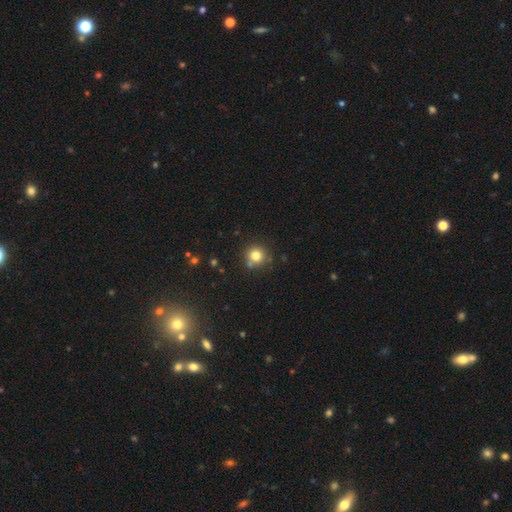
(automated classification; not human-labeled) Morphology: type=smooth (78%); roundness=round (93%); merging=none (77%).